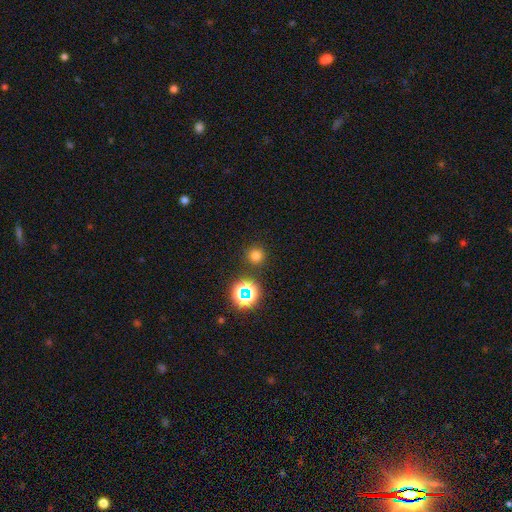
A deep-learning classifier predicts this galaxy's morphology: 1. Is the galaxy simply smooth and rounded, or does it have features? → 70% smooth, 24% star or artifact, 6% featured or disk.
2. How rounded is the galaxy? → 94% round, 5% in between, 1% cigar-shaped.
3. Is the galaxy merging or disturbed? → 88% none, 6% minor disturbance, 3% merger, 3% major disturbance.